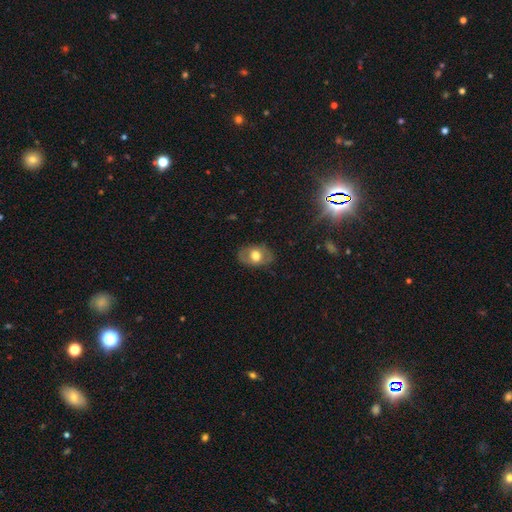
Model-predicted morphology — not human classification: smooth 52%, featured or disk 40%, star or artifact 8%. Down the decision tree: how rounded — in between (78%); merging — none (77%).